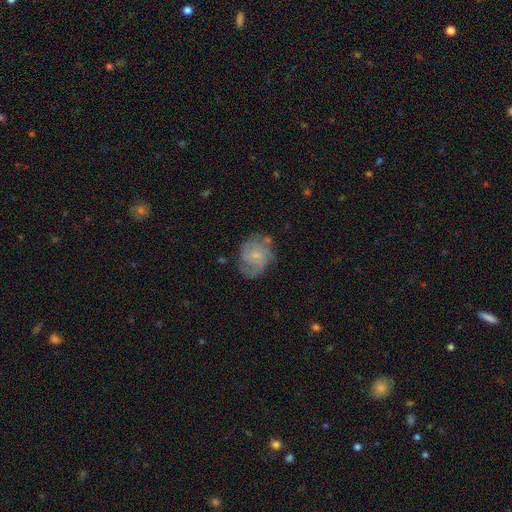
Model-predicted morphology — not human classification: Smooth or featured? featured or disk (63%)
Edge-on disk? no (98%)
Bar? no (62%)
Spiral arms? yes (84%)
Spiral winding? medium (42%)
Spiral arm count? can't tell (36%)
Bulge size? small (66%)
Merging? none (61%)